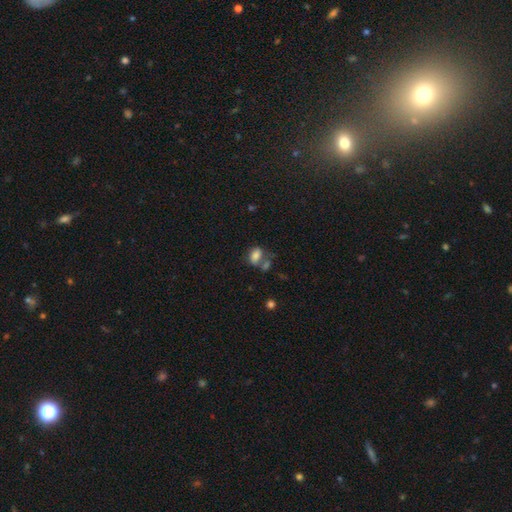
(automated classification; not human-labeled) The model was most divided on "merging": none: 43%, merger: 32%, minor disturbance: 16%, major disturbance: 8%. More confident: how rounded — in between (84%); smooth or featured — smooth (79%).